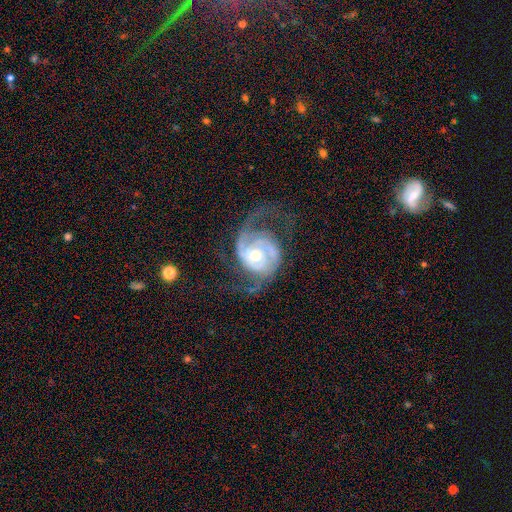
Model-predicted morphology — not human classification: smooth-or-featured: featured or disk: 89% | smooth: 7% | star or artifact: 5%
  disk-edge-on: no: 98% | yes: 2%
    bar: no: 68% | weak: 25% | strong: 7%
    has-spiral-arms: yes: 97% | no: 3%
      spiral-winding: medium: 43% | tight: 39% | loose: 18%
      spiral-arm-count: 2: 65% | 3: 14% | can't tell: 9% | 1: 6% | 4: 3% | more than 4: 3%
    bulge-size: moderate: 57% | small: 36% | large: 5% | none: 1% | dominant: 1%
  merging: none: 54% | major disturbance: 26% | minor disturbance: 18% | merger: 2%